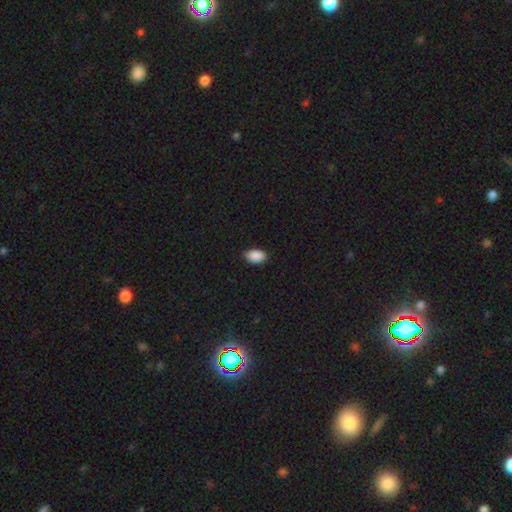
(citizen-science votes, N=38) Morphology: type=smooth (92%); roundness=in between (89%); merging=none (92%).